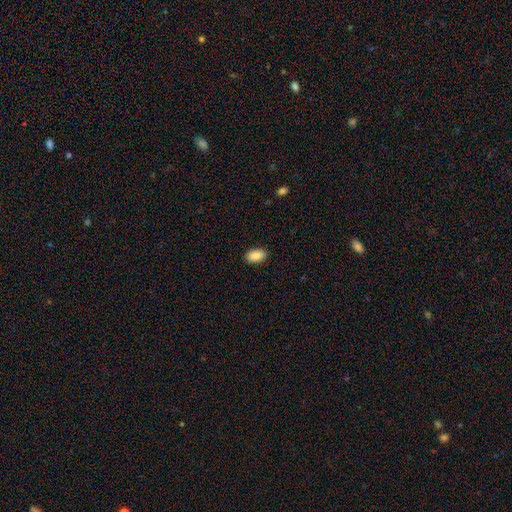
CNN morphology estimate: Overall: smooth (88%). How rounded: in between (93%). Merging: none (89%).